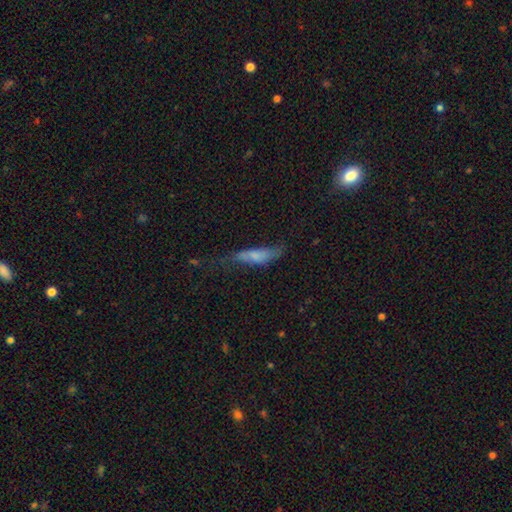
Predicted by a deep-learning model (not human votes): smooth-or-featured: smooth: 64% | featured or disk: 27% | star or artifact: 9%
  how-rounded: cigar-shaped: 63% | in between: 34% | round: 3%
  merging: none: 37% | minor disturbance: 31% | major disturbance: 27% | merger: 4%